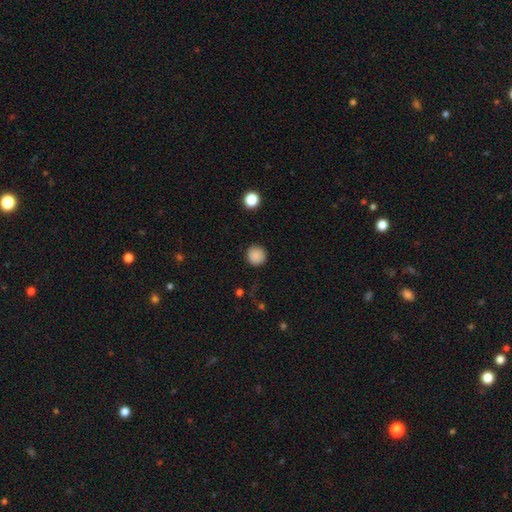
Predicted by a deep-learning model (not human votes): This appears to be a smooth galaxy with no disk features (87%) that is round (94%). Merging: none (91%).